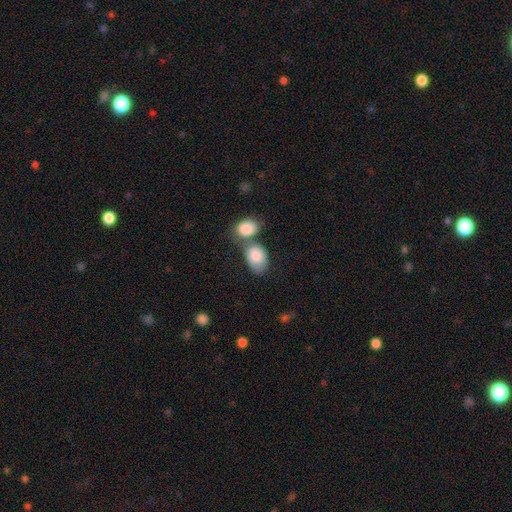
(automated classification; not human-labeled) Smooth or featured? Predicted: smooth (p=0.85). How rounded? Predicted: in between (p=0.84). Merging? Predicted: merger (p=0.50).